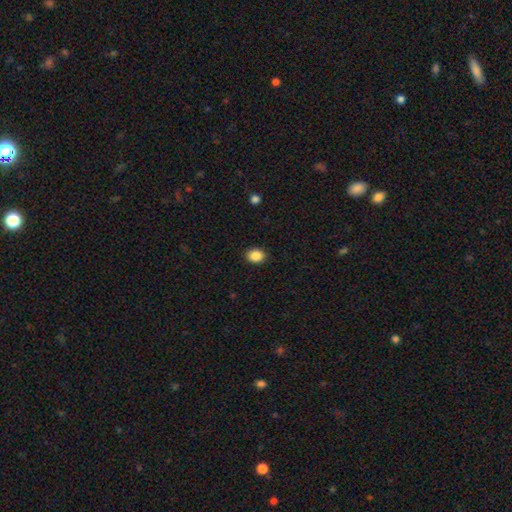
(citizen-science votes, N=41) Smooth or featured: smooth — 90% (star or artifact — 7%)
How rounded: in between — 59% (round — 41%)
Merging: none — 84% (minor disturbance — 13%)